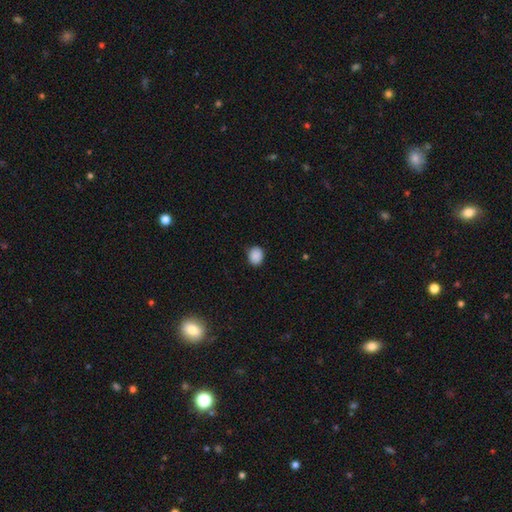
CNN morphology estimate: smooth_or_featured: smooth (p=0.88) [alt: star or artifact p=0.09]
how_rounded: round (p=0.57) [alt: in between p=0.42]
merging: none (p=0.84) [alt: minor disturbance p=0.13]